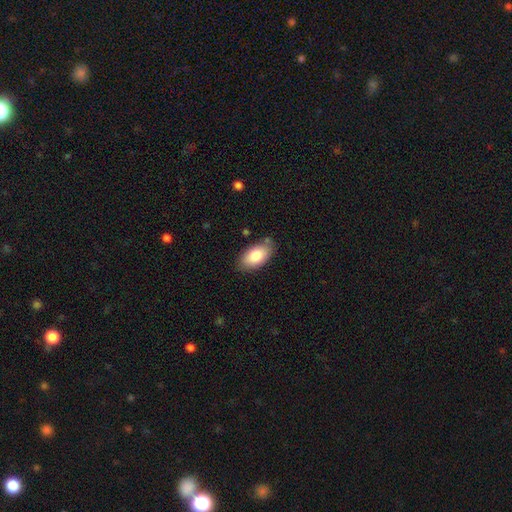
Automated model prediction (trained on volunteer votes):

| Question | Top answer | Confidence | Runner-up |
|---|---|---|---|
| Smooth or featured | smooth | 82% | featured or disk (12%) |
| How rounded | in between | 94% | round (4%) |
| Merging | none | 79% | minor disturbance (15%) |